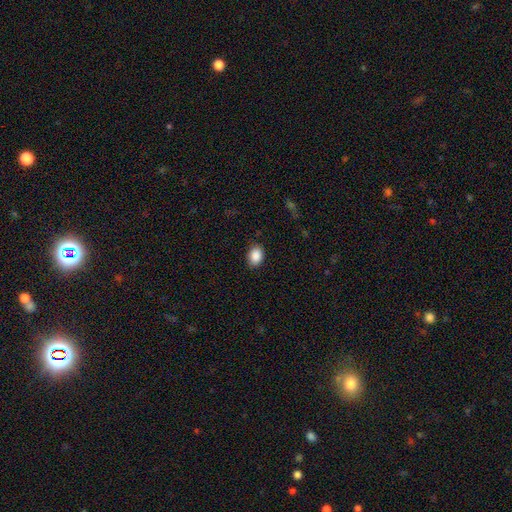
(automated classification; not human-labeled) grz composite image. It shows a smooth galaxy with no disk features (89%) that is in between round and cigar-shaped (76%). Merging: none (86%).